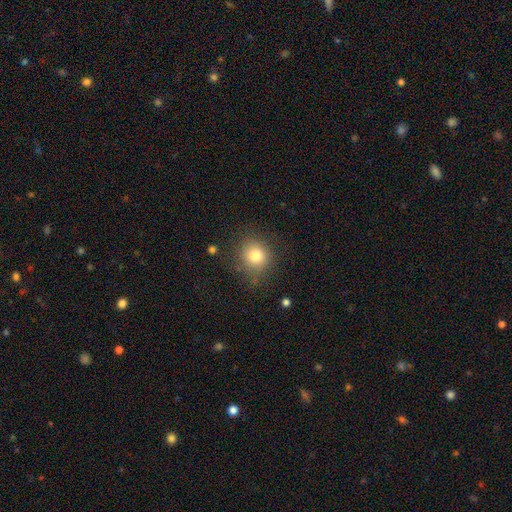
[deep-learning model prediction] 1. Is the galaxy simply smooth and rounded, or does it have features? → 79% smooth, 12% star or artifact, 9% featured or disk.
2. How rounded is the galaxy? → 86% round, 13% in between, 1% cigar-shaped.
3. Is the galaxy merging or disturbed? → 81% none, 13% minor disturbance, 5% major disturbance, 2% merger.